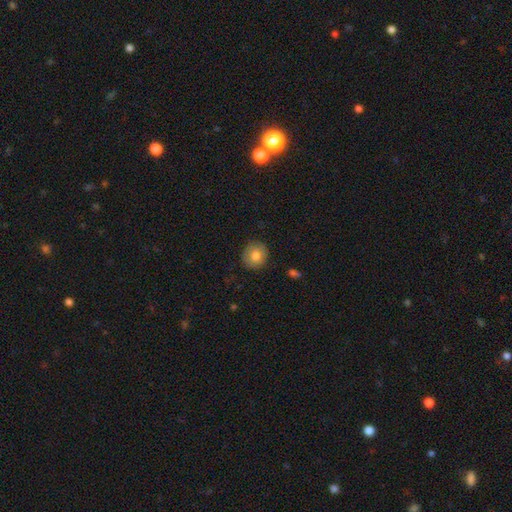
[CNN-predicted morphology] This is likely a smooth galaxy (79%). How rounded: clearly round (86%). Merging: clearly none (88%).